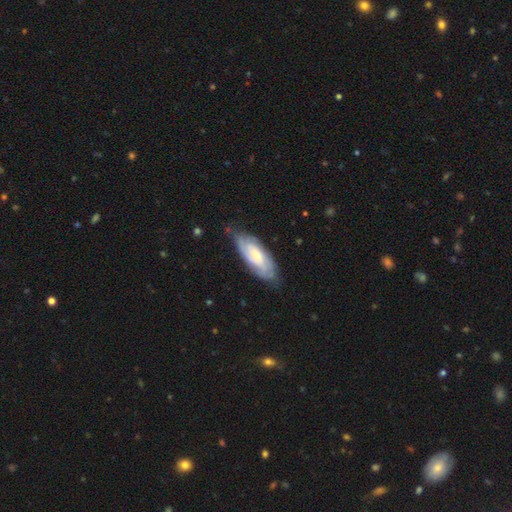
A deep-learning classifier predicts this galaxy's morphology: Smooth or featured? featured or disk (67%)
Edge-on disk? no (89%)
Bar? no (67%)
Spiral arms? yes (91%)
Spiral winding? tight (66%)
Spiral arm count? can't tell (44%)
Bulge size? small (61%)
Merging? none (69%)